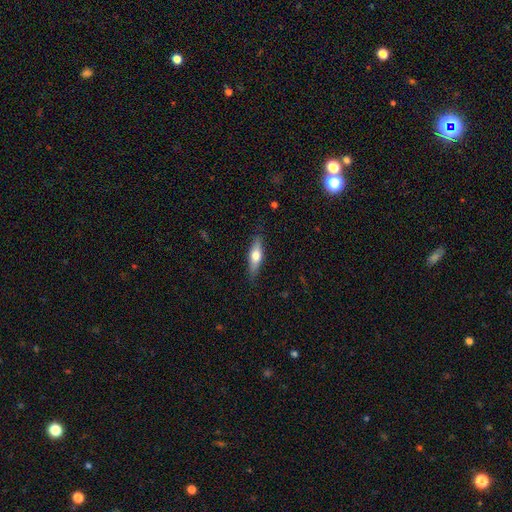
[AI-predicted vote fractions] Q: Smooth or featured?
A: smooth (53%); runner-up: featured or disk (40%)
Q: How rounded?
A: cigar-shaped (58%); runner-up: in between (40%)
Q: Merging?
A: none (85%); runner-up: minor disturbance (12%)